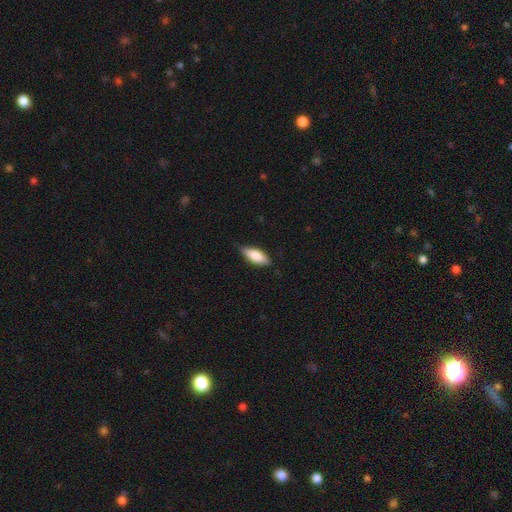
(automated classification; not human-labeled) Q: Smooth or featured?
A: smooth (77%); runner-up: featured or disk (17%)
Q: How rounded?
A: in between (74%); runner-up: cigar-shaped (24%)
Q: Merging?
A: none (79%); runner-up: minor disturbance (17%)